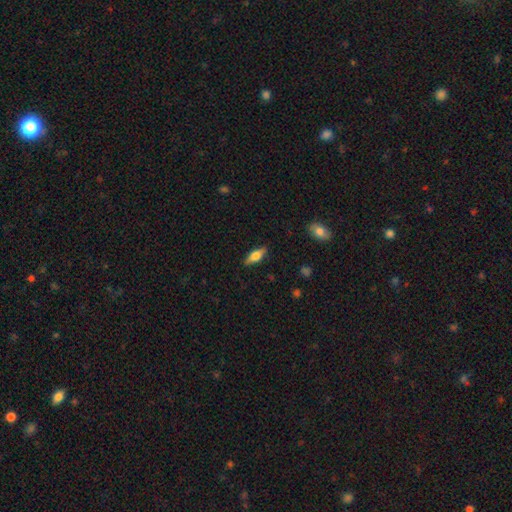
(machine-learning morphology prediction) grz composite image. It shows a smooth galaxy with no disk features (57%) that is in between round and cigar-shaped (65%). Merging: none (86%).